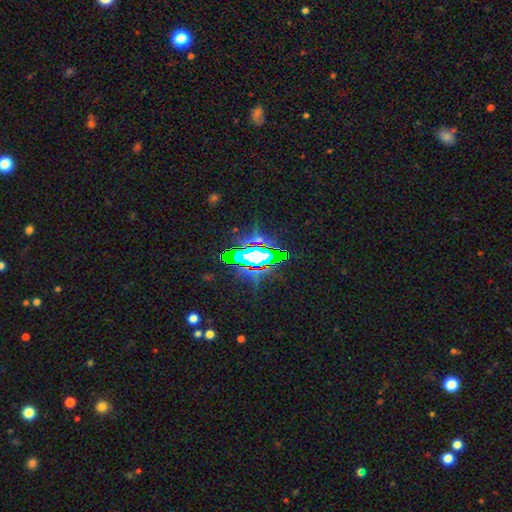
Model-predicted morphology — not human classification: This is likely a star or artifact rather than a galaxy (70%).